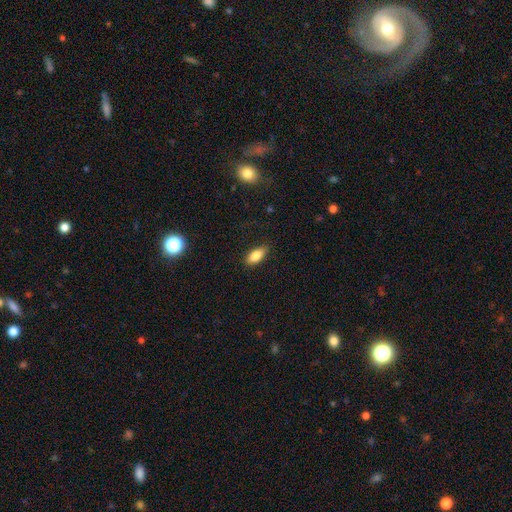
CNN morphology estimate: smooth_or_featured: smooth (p=0.82) [alt: featured or disk p=0.10]
how_rounded: in between (p=0.83) [alt: cigar-shaped p=0.13]
merging: none (p=0.81) [alt: minor disturbance p=0.14]